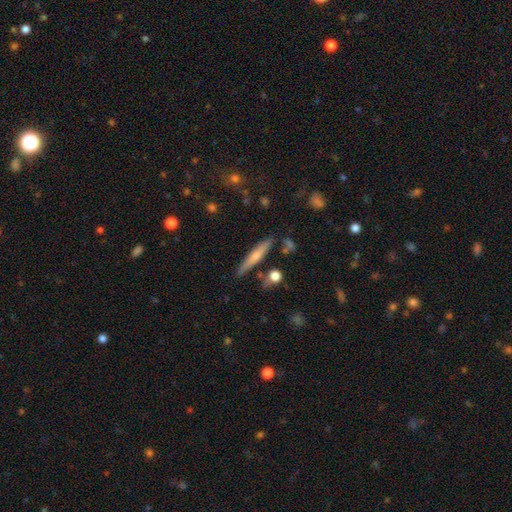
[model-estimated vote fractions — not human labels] This appears to be a smooth galaxy with no disk features (51%) that is cigar-shaped (91%). Merging: none (84%).